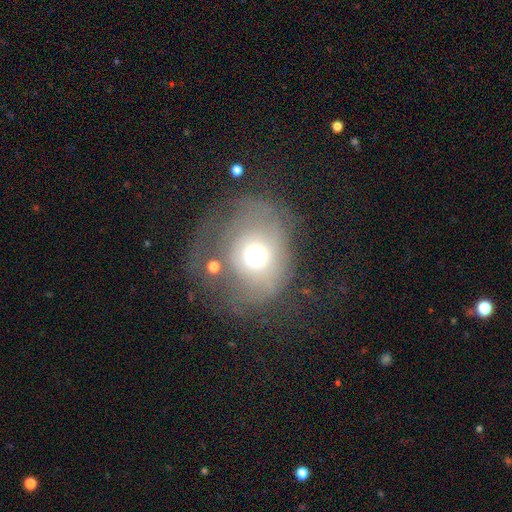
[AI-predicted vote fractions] Q: Smooth or featured?
A: smooth (53%); runner-up: featured or disk (32%)
Q: How rounded?
A: round (70%); runner-up: in between (29%)
Q: Merging?
A: major disturbance (43%); runner-up: none (32%)